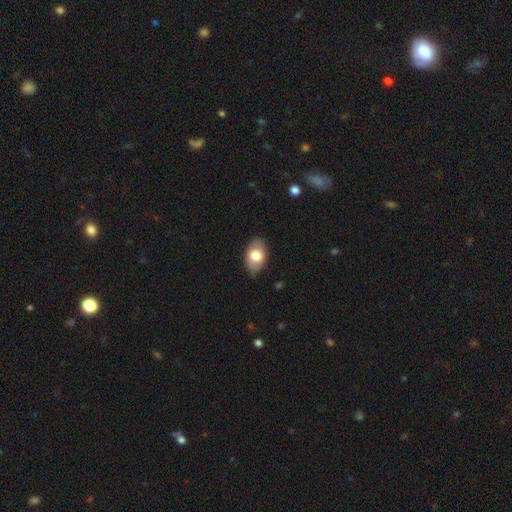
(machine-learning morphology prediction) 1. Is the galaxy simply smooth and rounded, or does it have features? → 74% smooth, 19% featured or disk, 7% star or artifact.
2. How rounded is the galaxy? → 90% in between, 9% round, 1% cigar-shaped.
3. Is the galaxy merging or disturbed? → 82% none, 14% minor disturbance, 3% major disturbance, 1% merger.